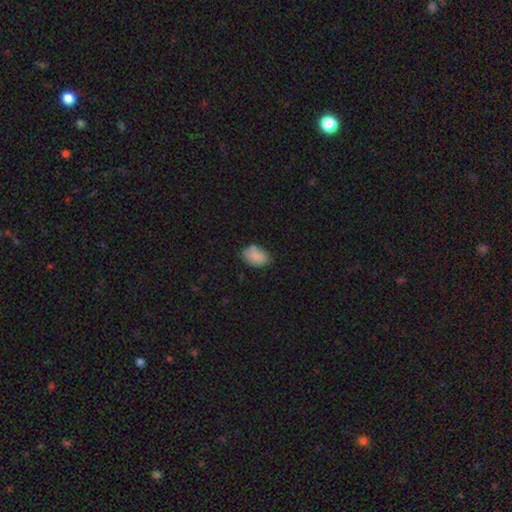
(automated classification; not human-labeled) Q: Smooth or featured?
A: smooth (82%); runner-up: featured or disk (10%)
Q: How rounded?
A: in between (84%); runner-up: round (15%)
Q: Merging?
A: none (67%); runner-up: minor disturbance (21%)